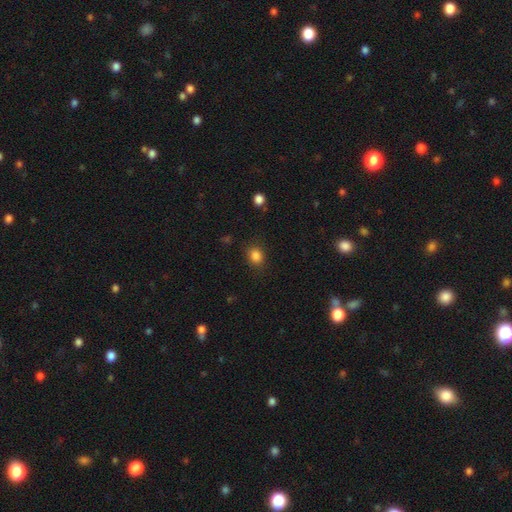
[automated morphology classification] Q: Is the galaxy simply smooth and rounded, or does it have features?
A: smooth — 84%.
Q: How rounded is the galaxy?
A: round — 60%.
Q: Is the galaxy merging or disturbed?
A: none — 83%.